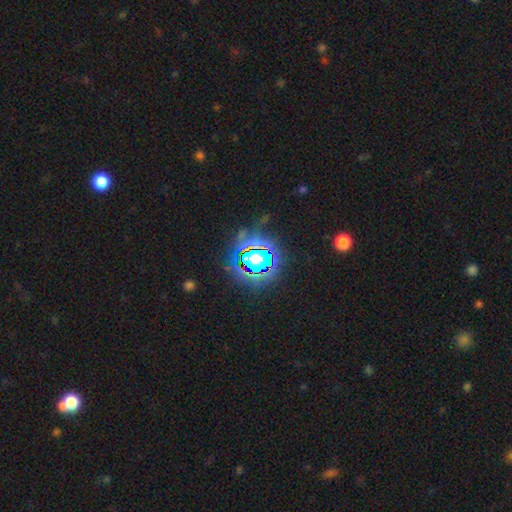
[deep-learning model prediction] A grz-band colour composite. It shows a star or artifact, not a galaxy (81%).